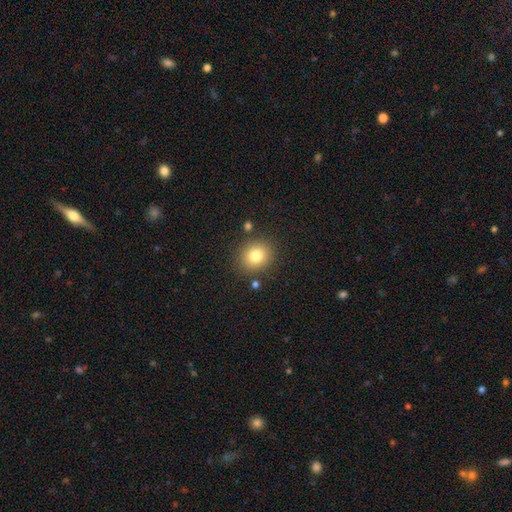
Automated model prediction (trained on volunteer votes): A smooth galaxy with no disk features (80%) that is round (74%).

Vote fractions:
- Smooth or featured? smooth: 80% / star or artifact: 12% / featured or disk: 9%
- How rounded? round: 74% / in between: 25% / cigar-shaped: 1%
- Merging? none: 84% / minor disturbance: 9% / merger: 4% / major disturbance: 3%